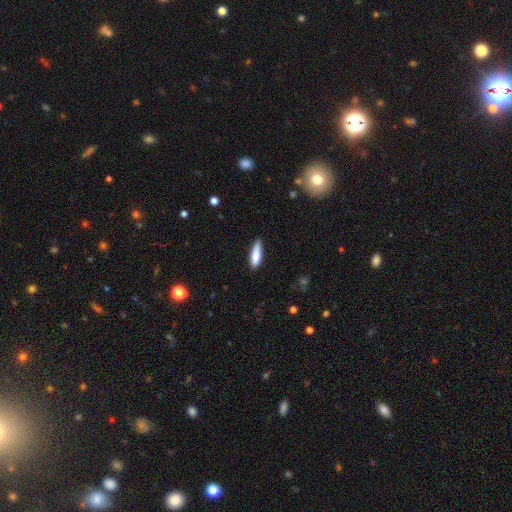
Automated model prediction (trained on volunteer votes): Q: Smooth or featured?
A: smooth (82%); runner-up: featured or disk (12%)
Q: How rounded?
A: cigar-shaped (60%); runner-up: in between (39%)
Q: Merging?
A: none (76%); runner-up: minor disturbance (20%)